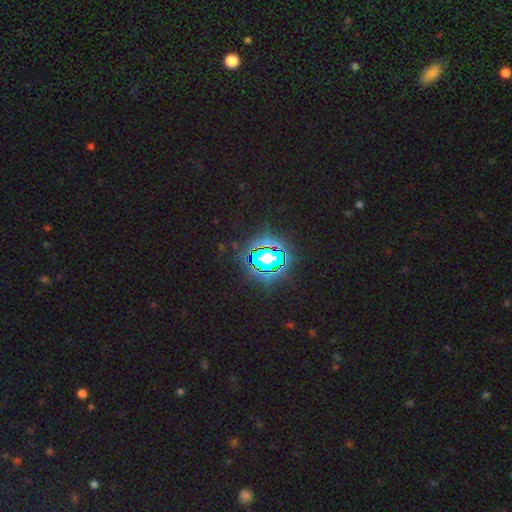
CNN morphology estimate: Overall: star or artifact (79%).